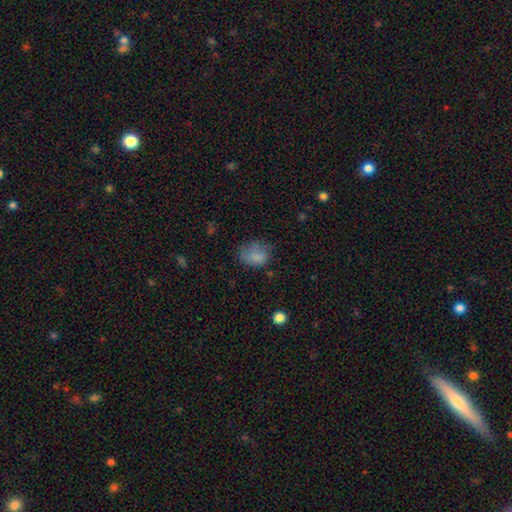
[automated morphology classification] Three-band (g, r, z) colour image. It shows a smooth galaxy with no disk features (77%) that is in between round and cigar-shaped (52%). Merging: none (52%).